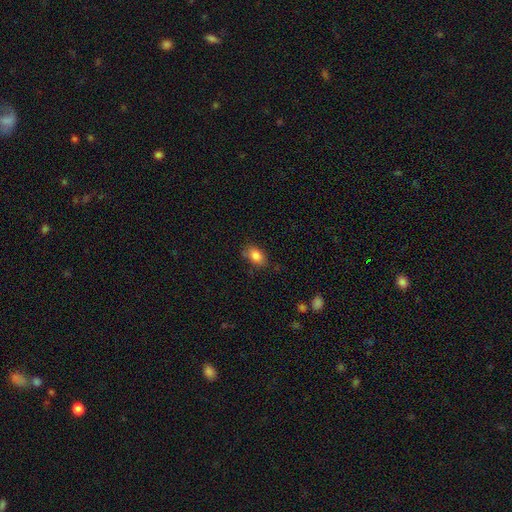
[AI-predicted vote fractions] Smooth or featured?
  - smooth: 84% *
  - star or artifact: 9%
  - featured or disk: 7%
How rounded?
  - in between: 83% *
  - round: 15%
  - cigar-shaped: 2%
Merging?
  - none: 77% *
  - minor disturbance: 17%
  - major disturbance: 4%
  - merger: 2%